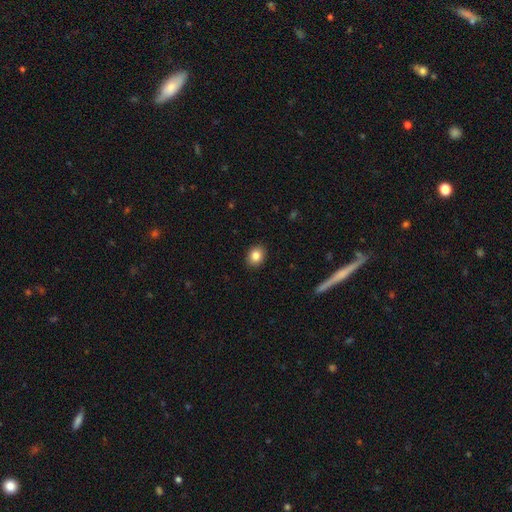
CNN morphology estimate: type=smooth (84%); roundness=in between (50%); merging=none (90%).